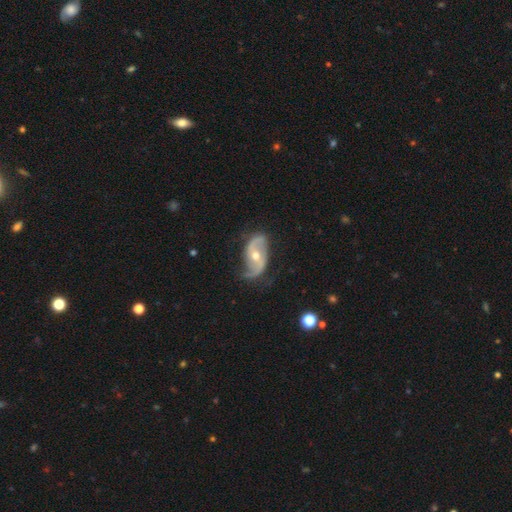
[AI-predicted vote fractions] Overall: featured or disk (86%). Edge-on disk: no (96%). Bar: no (61%; weak 29%). Spiral arms: yes (95%). Spiral arm count: 2 (89%). Spiral winding: loose (49%; medium 37%). Bulge size: moderate (68%). Merging: none (67%).